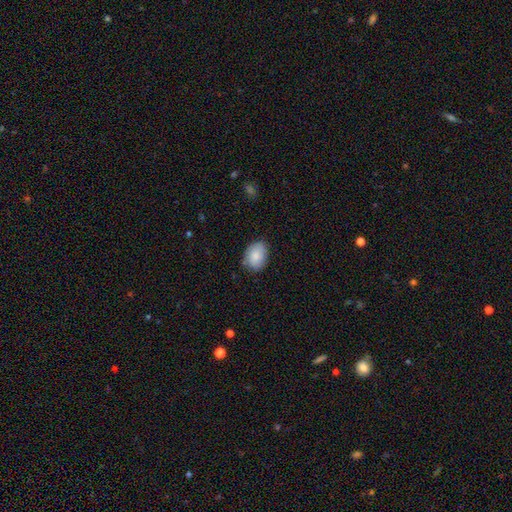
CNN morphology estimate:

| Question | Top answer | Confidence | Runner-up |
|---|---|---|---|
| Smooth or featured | smooth | 86% | featured or disk (8%) |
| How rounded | in between | 74% | round (25%) |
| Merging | none | 76% | minor disturbance (19%) |